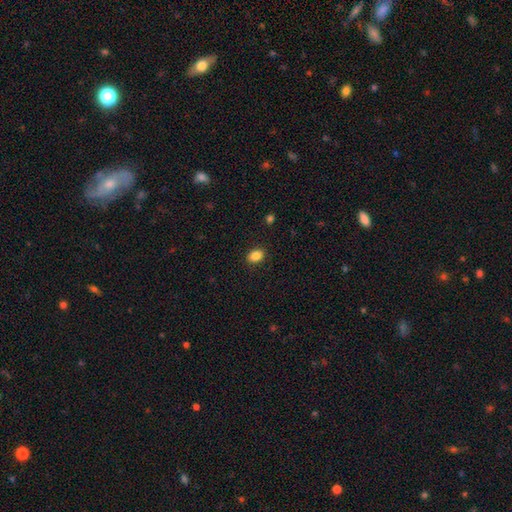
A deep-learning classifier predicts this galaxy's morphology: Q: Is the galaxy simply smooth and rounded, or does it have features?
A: smooth — 86%.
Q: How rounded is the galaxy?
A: in between — 76%.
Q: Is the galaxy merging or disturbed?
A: none — 89%.